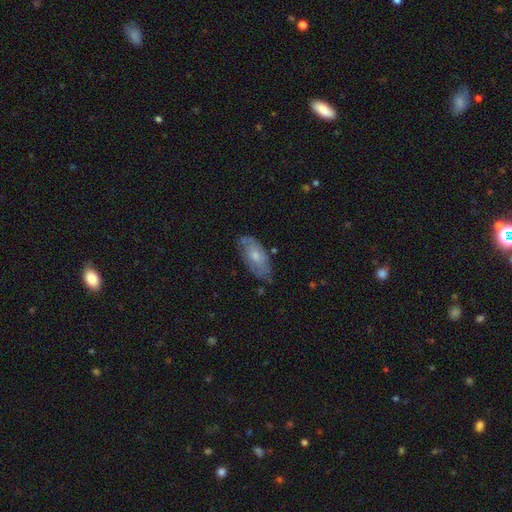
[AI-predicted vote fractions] A smooth galaxy with no disk features (50%). Merging: none (64%).